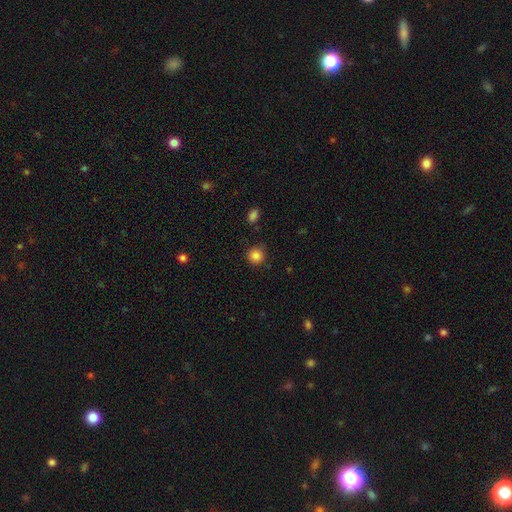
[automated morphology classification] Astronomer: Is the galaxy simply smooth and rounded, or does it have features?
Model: smooth — 85%.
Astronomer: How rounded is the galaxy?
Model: round — 92%.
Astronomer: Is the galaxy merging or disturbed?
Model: none — 86%.